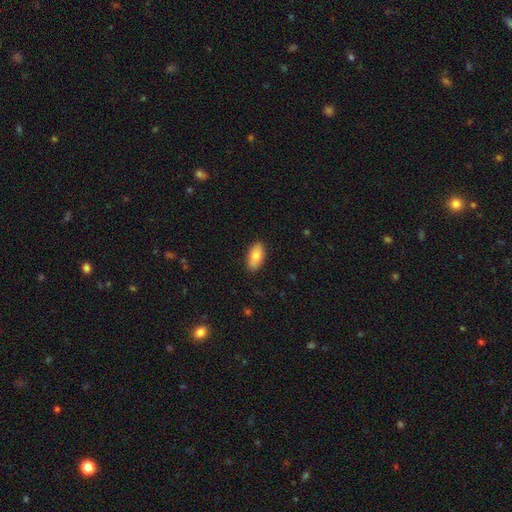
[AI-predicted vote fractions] Smooth or featured? Predicted: smooth (p=0.81). How rounded? Predicted: in between (p=0.92). Merging? Predicted: none (p=0.87).